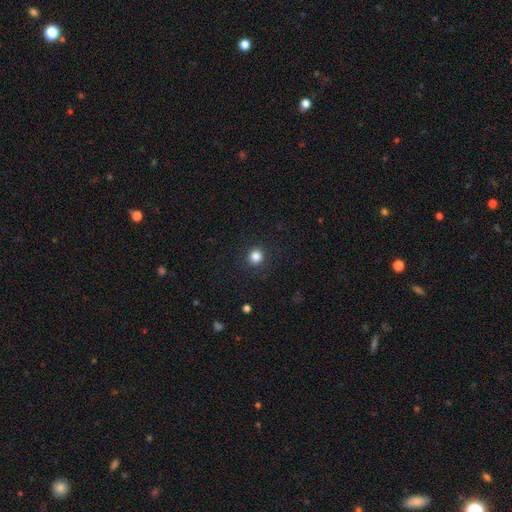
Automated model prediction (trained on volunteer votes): A smooth galaxy with no disk features (84%) that is round (88%).

Vote fractions:
- Smooth or featured? smooth: 84% / star or artifact: 11% / featured or disk: 4%
- How rounded? round: 88% / in between: 11% / cigar-shaped: 1%
- Merging? none: 90% / minor disturbance: 7% / major disturbance: 3% / merger: 1%